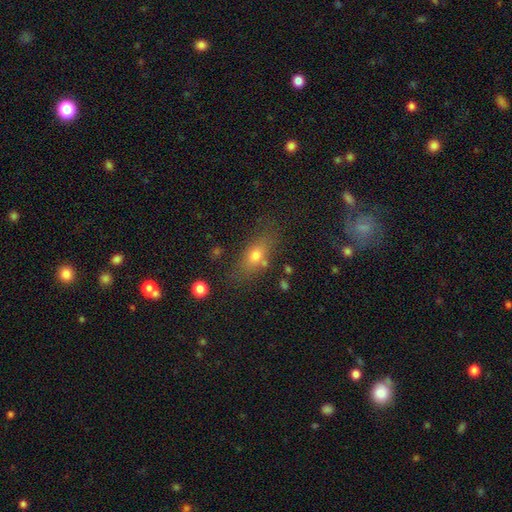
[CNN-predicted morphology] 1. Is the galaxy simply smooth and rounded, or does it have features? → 68% smooth, 19% featured or disk, 13% star or artifact.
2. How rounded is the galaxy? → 69% in between, 19% cigar-shaped, 12% round.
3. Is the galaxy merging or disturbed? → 72% none, 15% minor disturbance, 7% merger, 6% major disturbance.